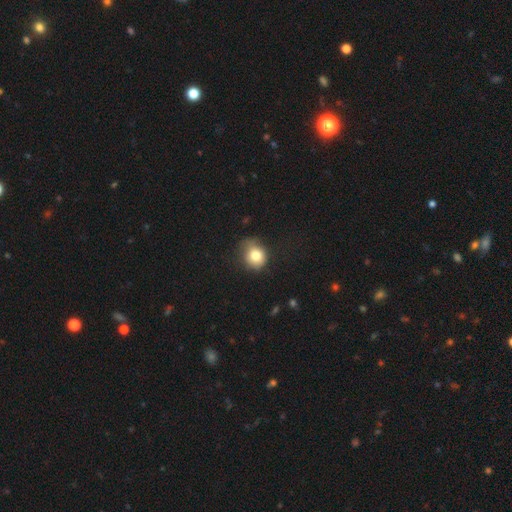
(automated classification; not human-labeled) smooth 79%, featured or disk 11%, star or artifact 10%. Down the decision tree: how rounded — round (70%); merging — none (54%).